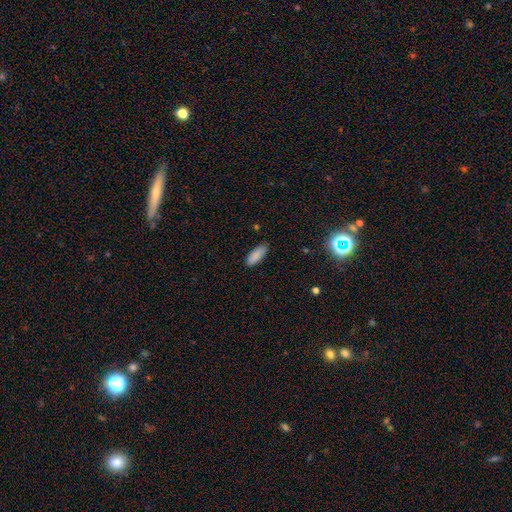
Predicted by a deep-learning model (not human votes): Q: Smooth or featured?
A: smooth (88%); runner-up: star or artifact (8%)
Q: How rounded?
A: in between (76%); runner-up: cigar-shaped (22%)
Q: Merging?
A: none (83%); runner-up: minor disturbance (13%)